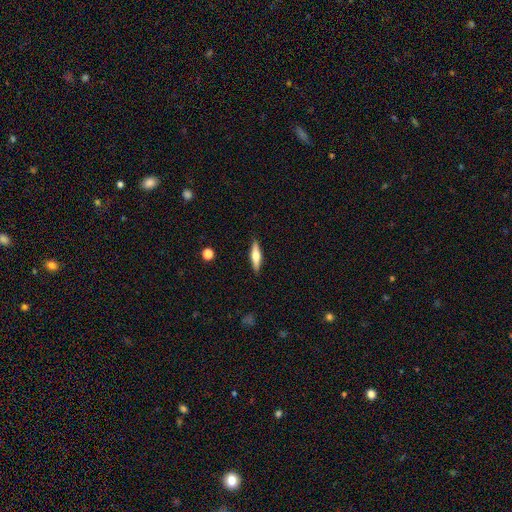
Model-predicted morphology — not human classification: type=featured or disk (50%); merging=none (90%).